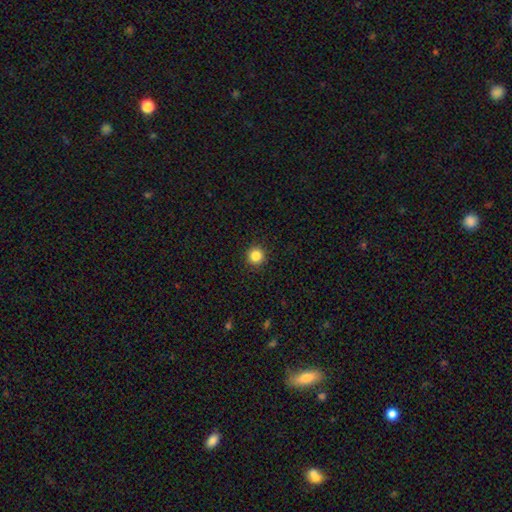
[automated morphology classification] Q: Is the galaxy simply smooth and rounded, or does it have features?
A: smooth — 85%.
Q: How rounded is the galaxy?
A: round — 95%.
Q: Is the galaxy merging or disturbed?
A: none — 93%.